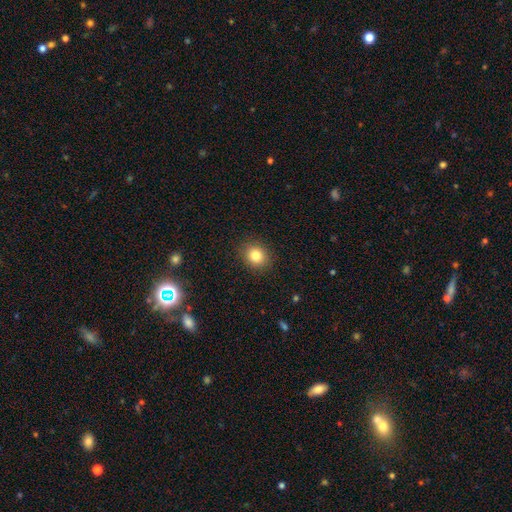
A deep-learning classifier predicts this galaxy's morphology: The model was most divided on "how rounded": round: 72%, in between: 27%, cigar-shaped: 1%. More confident: merging — none (89%); smooth or featured — smooth (83%).